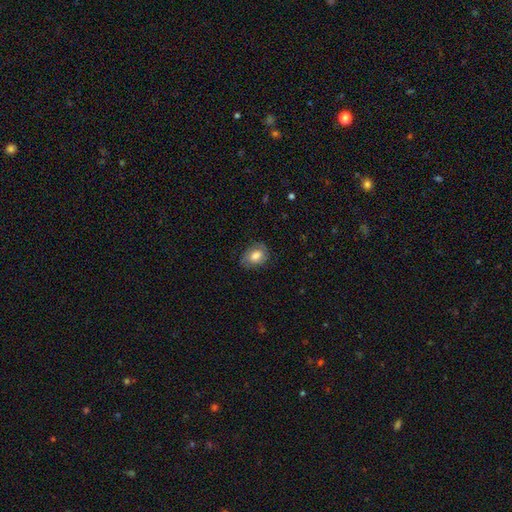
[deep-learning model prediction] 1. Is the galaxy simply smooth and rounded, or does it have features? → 63% smooth, 29% featured or disk, 8% star or artifact.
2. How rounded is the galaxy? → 67% in between, 32% round, 1% cigar-shaped.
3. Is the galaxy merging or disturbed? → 72% none, 20% minor disturbance, 7% major disturbance, 1% merger.